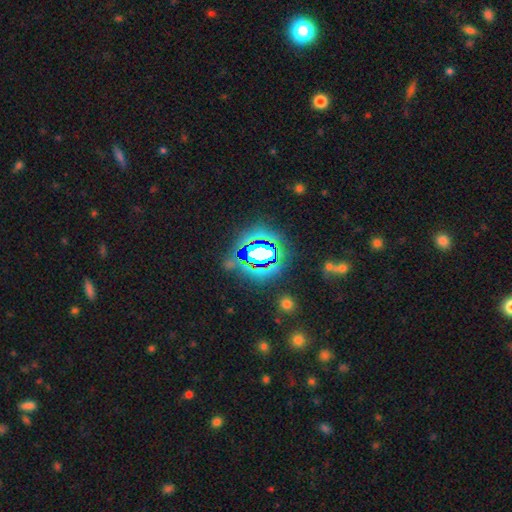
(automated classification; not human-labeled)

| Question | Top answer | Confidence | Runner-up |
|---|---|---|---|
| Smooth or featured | star or artifact | 72% | smooth (16%) |